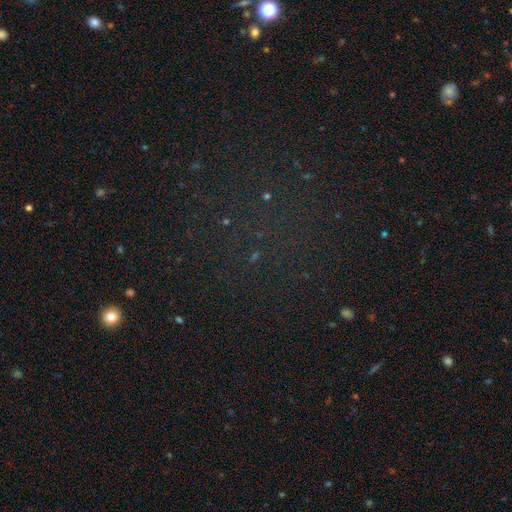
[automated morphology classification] Smooth or featured?
  - star or artifact: 69% *
  - smooth: 20%
  - featured or disk: 11%